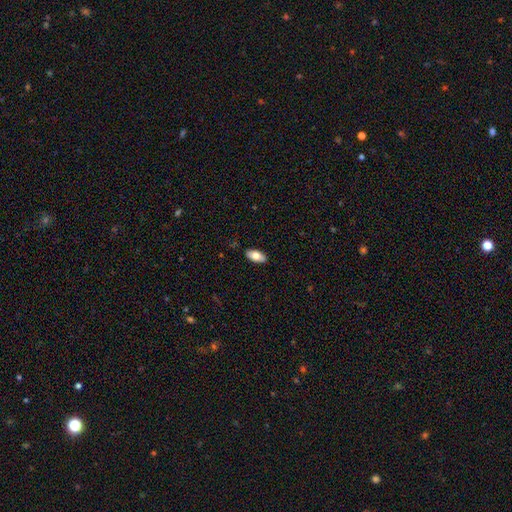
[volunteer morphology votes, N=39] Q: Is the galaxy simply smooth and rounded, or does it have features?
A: smooth — 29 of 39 (74%).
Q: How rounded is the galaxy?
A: in between — 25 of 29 (86%).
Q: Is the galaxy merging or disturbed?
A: none — 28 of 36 (78%).